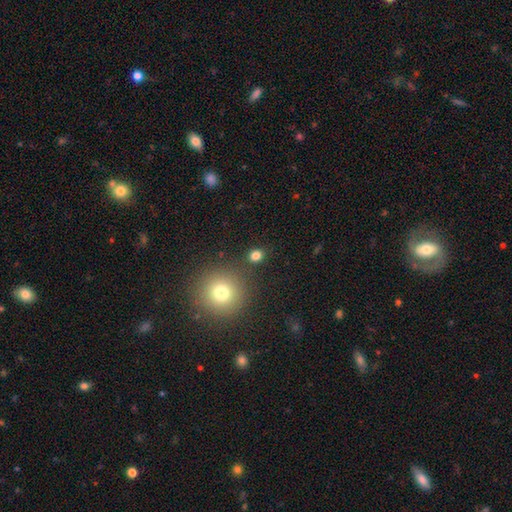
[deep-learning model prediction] Smooth or featured?
  - smooth: 80% *
  - star or artifact: 15%
  - featured or disk: 5%
How rounded?
  - round: 73% *
  - in between: 26%
  - cigar-shaped: 1%
Merging?
  - none: 82% *
  - minor disturbance: 8%
  - merger: 7%
  - major disturbance: 3%